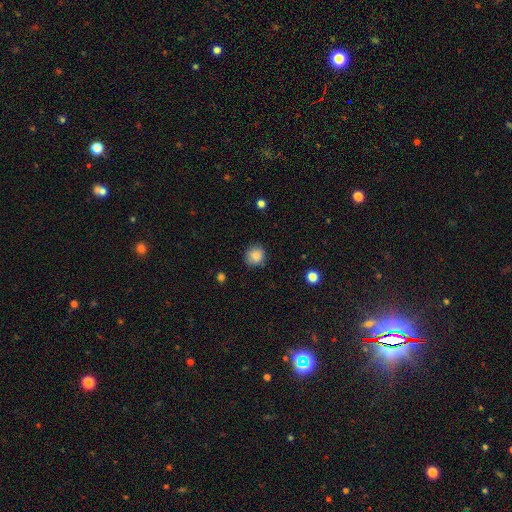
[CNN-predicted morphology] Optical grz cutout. It shows a smooth galaxy with no disk features (86%) that is round (87%). Merging: none (81%).